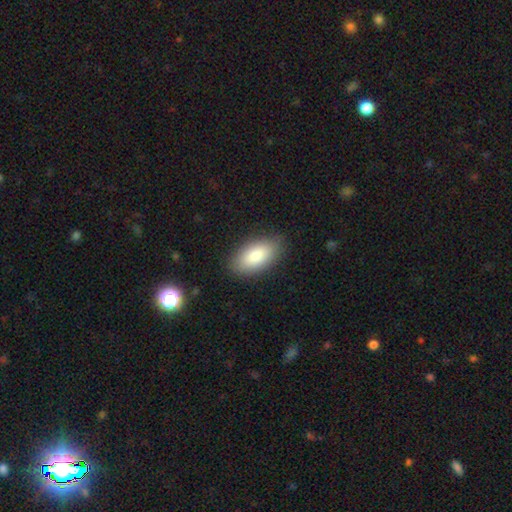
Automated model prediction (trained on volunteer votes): Smooth or featured? Predicted: smooth (p=0.83). How rounded? Predicted: in between (p=0.94). Merging? Predicted: none (p=0.85).